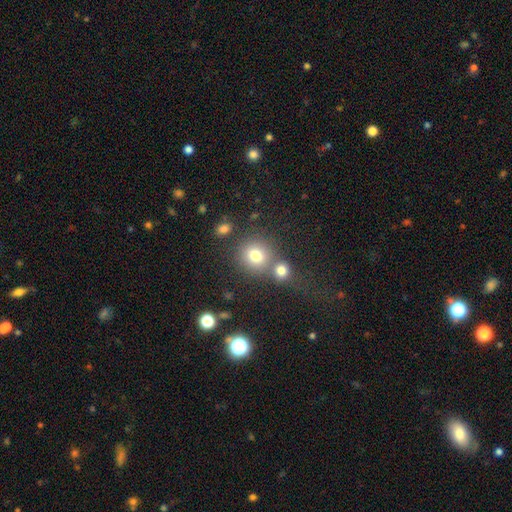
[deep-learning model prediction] A smooth galaxy with no disk features (76%) that is round (88%). Merging: none (62%).